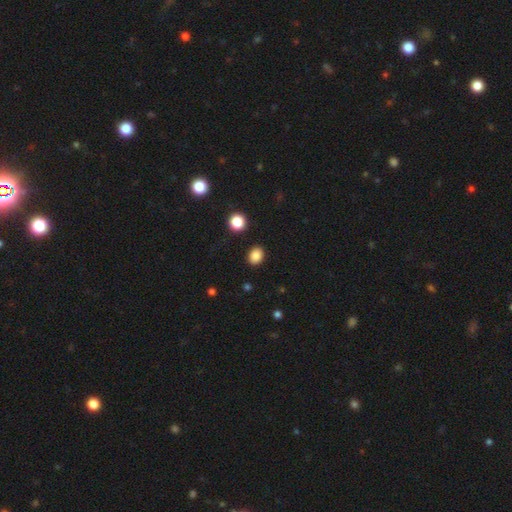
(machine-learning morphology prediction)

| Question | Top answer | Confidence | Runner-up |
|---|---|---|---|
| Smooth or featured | smooth | 86% | star or artifact (10%) |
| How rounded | in between | 56% | round (43%) |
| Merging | none | 90% | minor disturbance (7%) |